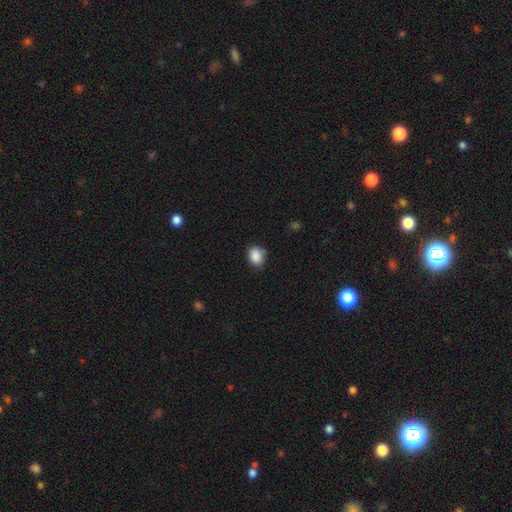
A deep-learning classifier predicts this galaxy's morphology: The model was most divided on "how rounded": in between: 52%, round: 47%, cigar-shaped: 1%. More confident: smooth or featured — smooth (88%); merging — none (76%).